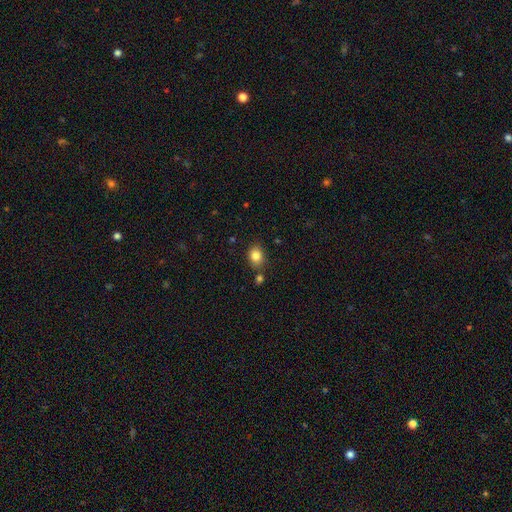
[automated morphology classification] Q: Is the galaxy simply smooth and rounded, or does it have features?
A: smooth — 84%.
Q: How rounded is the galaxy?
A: in between — 58%.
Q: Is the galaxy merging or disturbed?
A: none — 77%.